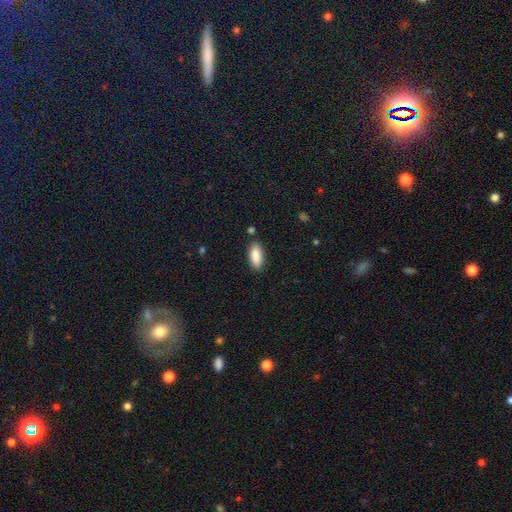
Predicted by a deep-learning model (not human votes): This is clearly a smooth galaxy (88%). How rounded: clearly in between (84%). Merging: clearly none (85%).